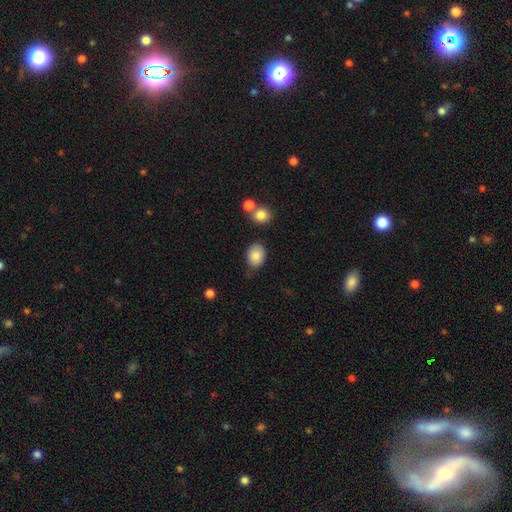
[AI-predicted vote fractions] smooth 84%, featured or disk 8%, star or artifact 8%. Down the decision tree: how rounded — in between (61%); merging — none (67%).